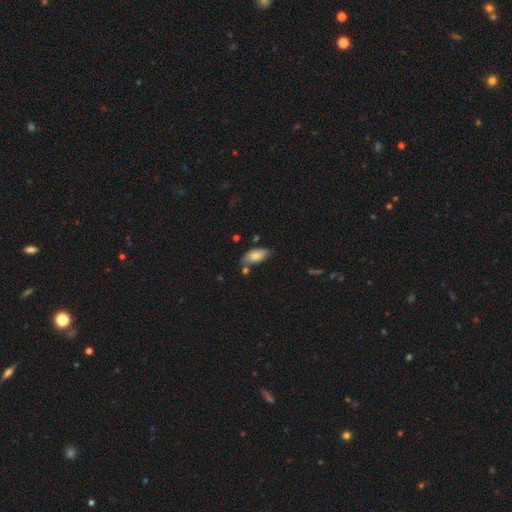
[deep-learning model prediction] smooth-or-featured: smooth: 81% | featured or disk: 12% | star or artifact: 7%
  how-rounded: in between: 91% | cigar-shaped: 6% | round: 3%
  merging: none: 61% | minor disturbance: 24% | merger: 9% | major disturbance: 5%